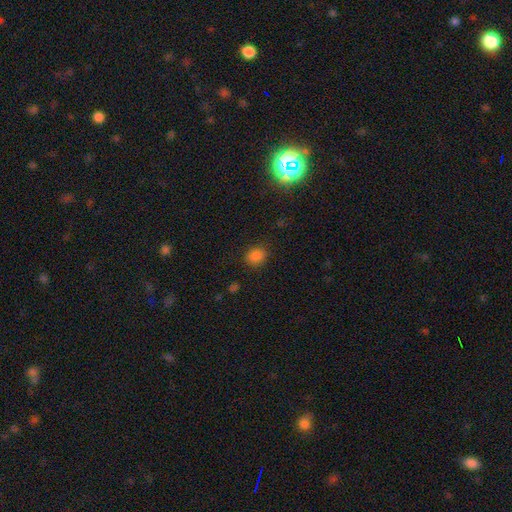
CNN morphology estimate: This appears to be a smooth galaxy with no disk features (82%) that is round (63%). Merging: none (84%).